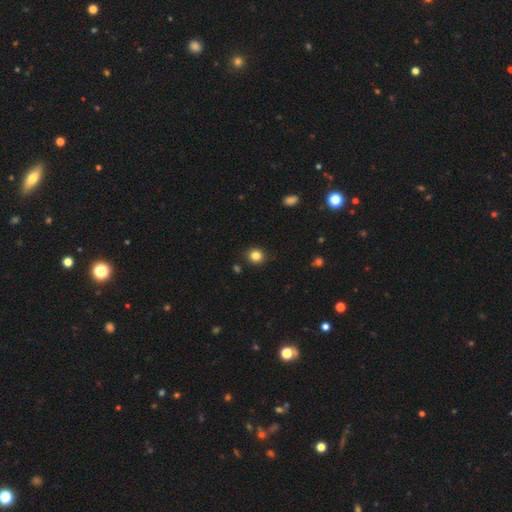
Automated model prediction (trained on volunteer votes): Smooth or featured?
  - smooth: 83% *
  - star or artifact: 12%
  - featured or disk: 5%
How rounded?
  - round: 84% *
  - in between: 15%
  - cigar-shaped: 1%
Merging?
  - none: 88% *
  - minor disturbance: 8%
  - major disturbance: 2%
  - merger: 2%